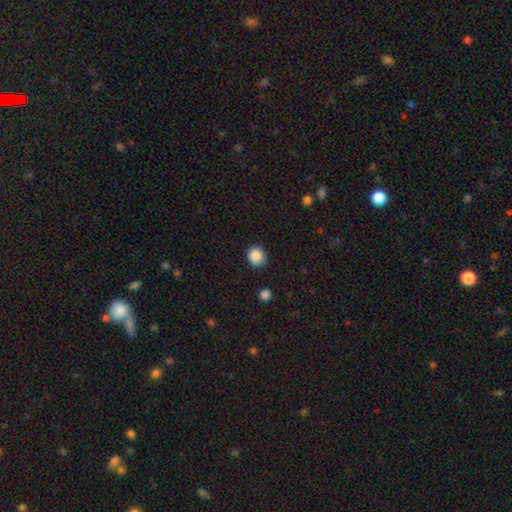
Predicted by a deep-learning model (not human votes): Overall: smooth (88%). How rounded: round (74%). Merging: none (84%).